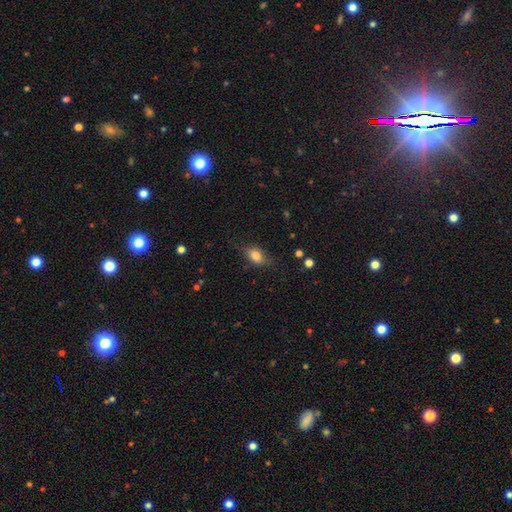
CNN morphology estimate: smooth 79%, featured or disk 12%, star or artifact 9%. Down the decision tree: how rounded — in between (79%); merging — none (72%).